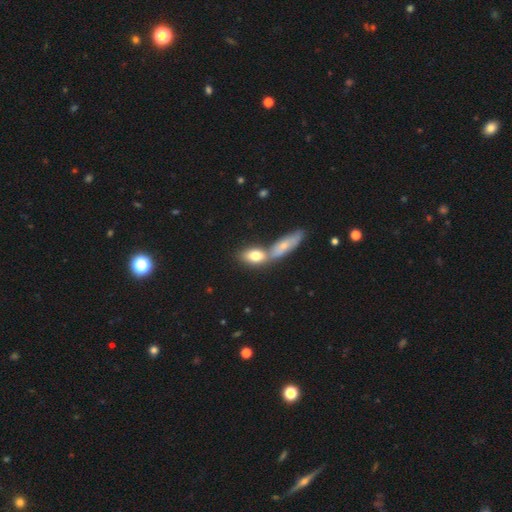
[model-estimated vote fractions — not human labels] Smooth or featured? Predicted: smooth (p=0.74). How rounded? Predicted: in between (p=0.76). Merging? Predicted: merger (p=0.47).